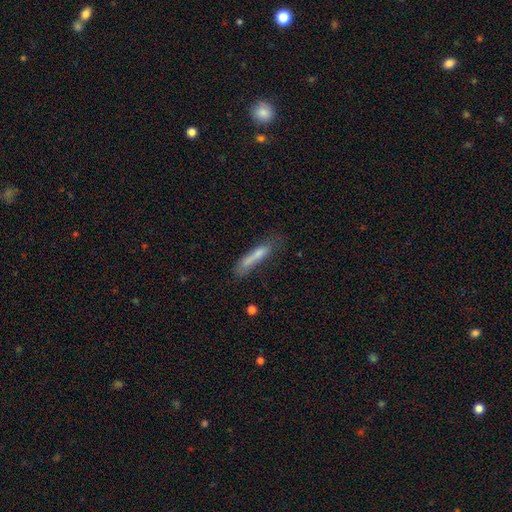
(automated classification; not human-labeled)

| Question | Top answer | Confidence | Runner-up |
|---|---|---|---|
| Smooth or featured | smooth | 68% | featured or disk (24%) |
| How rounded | cigar-shaped | 87% | in between (12%) |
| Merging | none | 51% | minor disturbance (26%) |